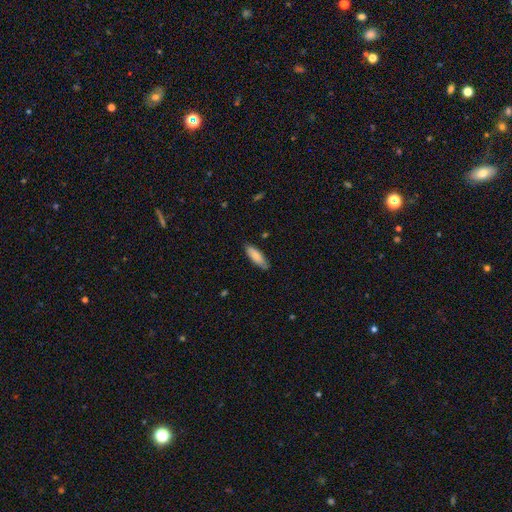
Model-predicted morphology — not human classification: type=smooth (84%); roundness=in between (57%); merging=none (80%).